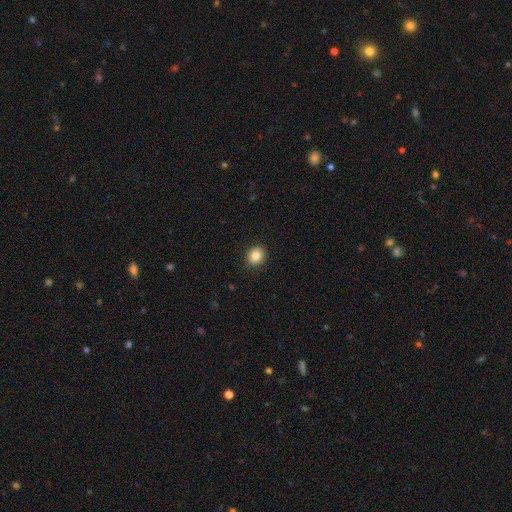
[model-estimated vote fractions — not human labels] This appears to be a smooth galaxy with no disk features (84%) that is round (68%). Merging: none (90%).